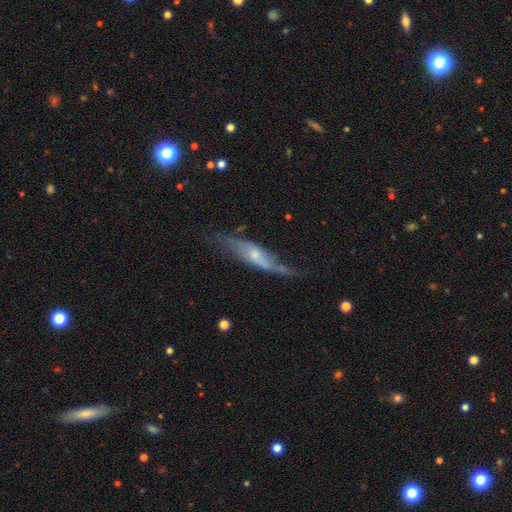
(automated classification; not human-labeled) smooth_or_featured: featured or disk (p=0.64) [alt: smooth p=0.30]
disk_edge_on: yes (p=0.52) [alt: no p=0.48]
merging: none (p=0.49) [alt: minor disturbance p=0.29]